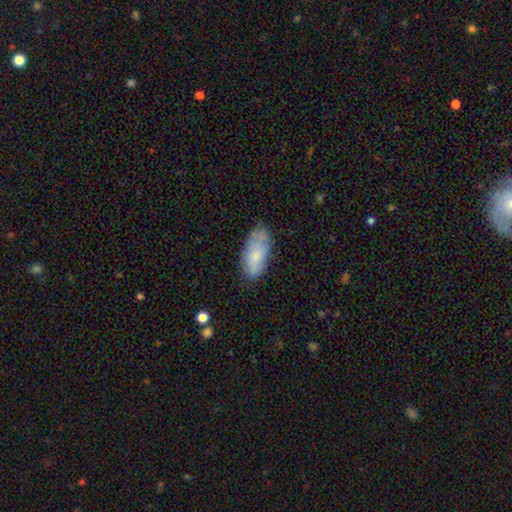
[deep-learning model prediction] This appears to be a smooth galaxy with no disk features (70%) that is in between round and cigar-shaped (89%). Merging: none (63%).